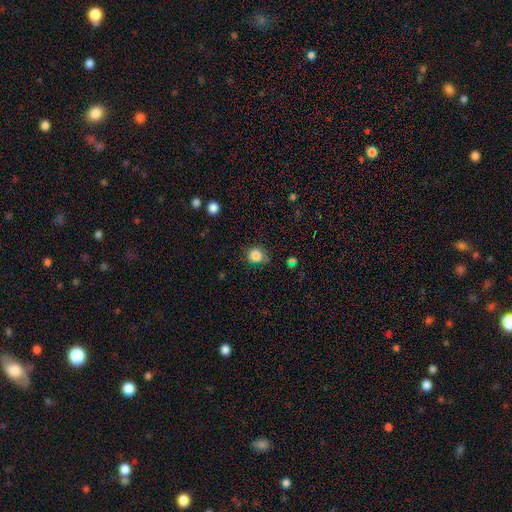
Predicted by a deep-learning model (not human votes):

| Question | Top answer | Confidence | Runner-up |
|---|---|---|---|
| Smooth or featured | smooth | 84% | star or artifact (12%) |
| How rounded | round | 87% | in between (12%) |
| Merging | none | 79% | minor disturbance (15%) |